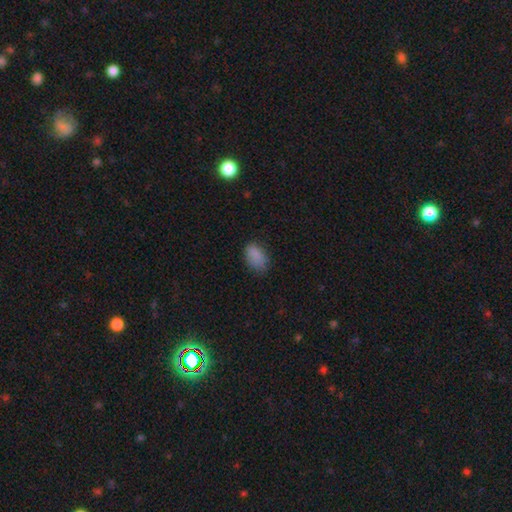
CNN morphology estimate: smooth_or_featured: smooth (p=0.85) [alt: star or artifact p=0.10]
how_rounded: in between (p=0.89) [alt: round p=0.10]
merging: none (p=0.68) [alt: minor disturbance p=0.25]